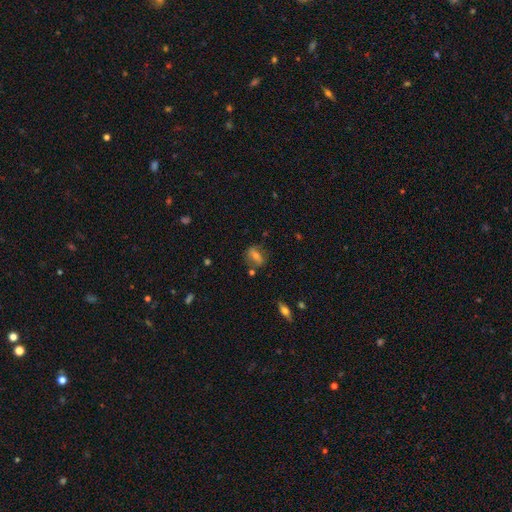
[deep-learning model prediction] Smooth or featured? smooth (53%)
How rounded? in between (63%)
Merging? none (74%)